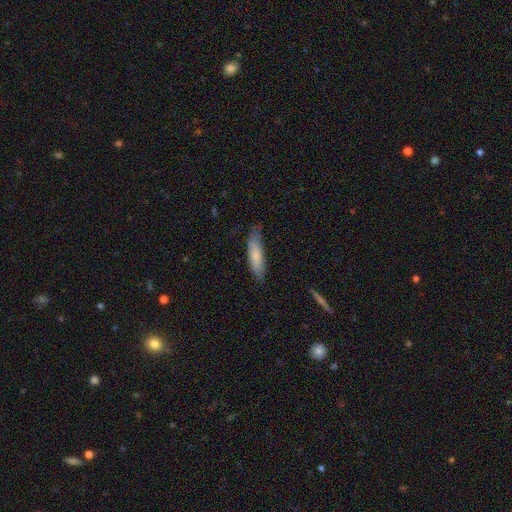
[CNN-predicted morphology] A smooth galaxy with no disk features (79%) that is cigar-shaped (67%). Merging: none (72%).